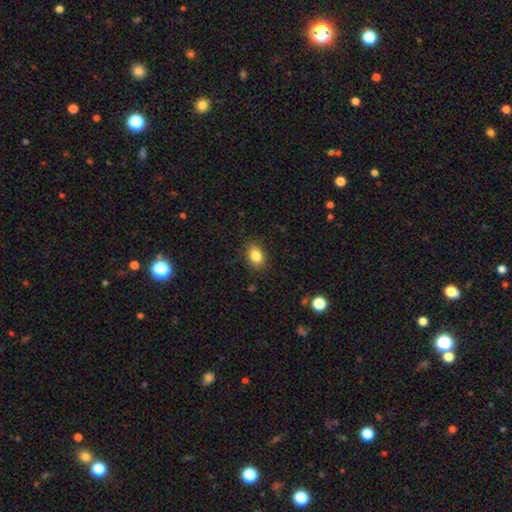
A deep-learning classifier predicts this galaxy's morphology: This is clearly a smooth galaxy (85%). How rounded: likely in between (66%). Merging: clearly none (86%).